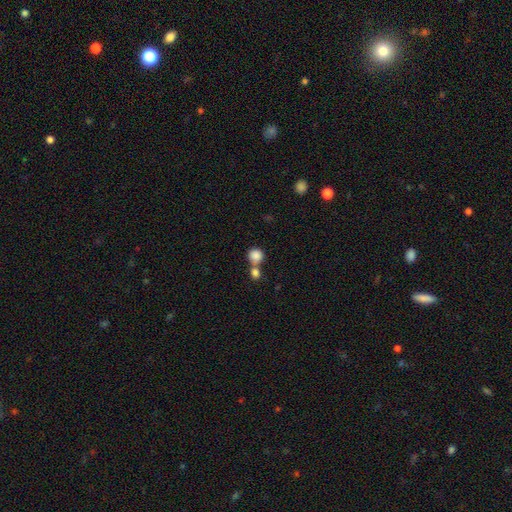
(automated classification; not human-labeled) Smooth or featured: smooth — 85% (star or artifact — 9%)
How rounded: round — 87% (in between — 12%)
Merging: merger — 45% (none — 44%)